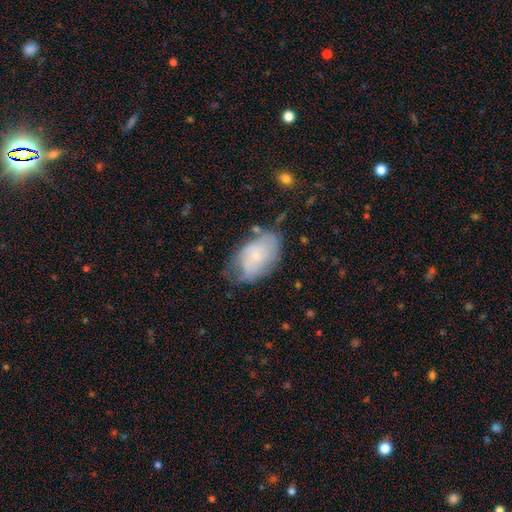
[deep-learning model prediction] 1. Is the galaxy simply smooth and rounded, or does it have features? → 48% smooth, 44% featured or disk, 8% star or artifact.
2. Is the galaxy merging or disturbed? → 49% none, 33% minor disturbance, 14% major disturbance, 4% merger.